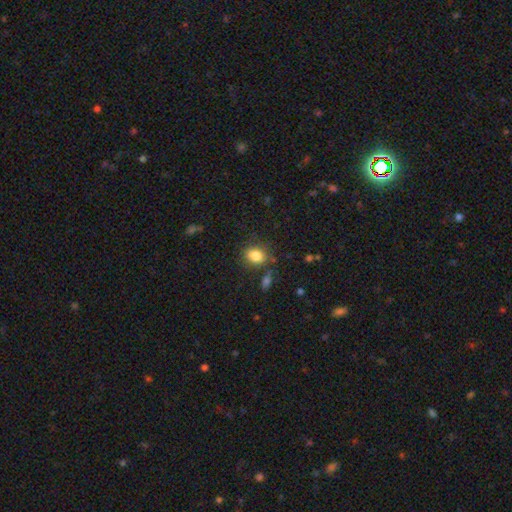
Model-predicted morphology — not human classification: smooth 84%, star or artifact 10%, featured or disk 6%. Down the decision tree: how rounded — in between (60%); merging — none (76%).